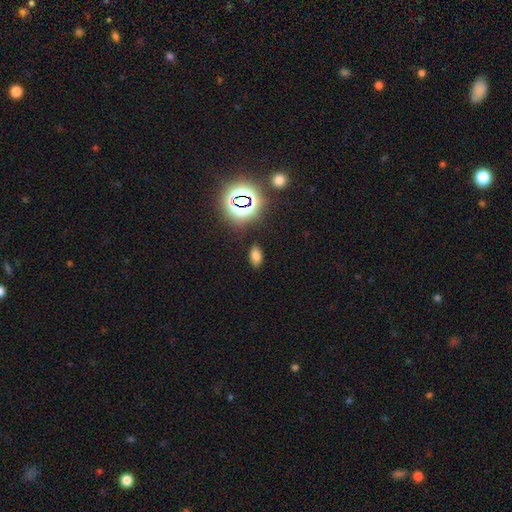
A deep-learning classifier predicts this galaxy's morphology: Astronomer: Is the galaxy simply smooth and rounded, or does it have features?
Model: smooth — 69%.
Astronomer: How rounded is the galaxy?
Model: in between — 90%.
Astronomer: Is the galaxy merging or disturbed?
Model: none — 87%.